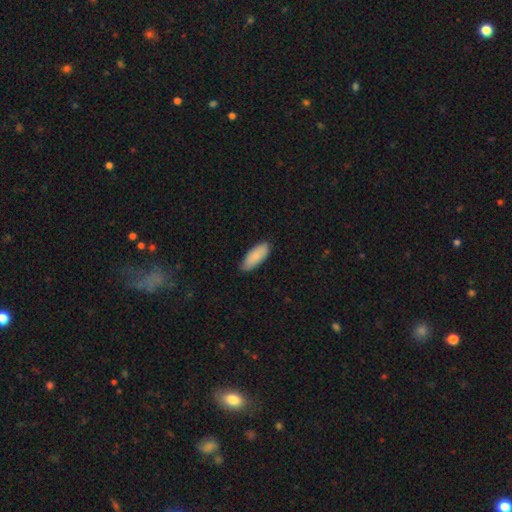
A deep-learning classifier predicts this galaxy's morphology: Smooth or featured? Predicted: smooth (p=0.88). How rounded? Predicted: in between (p=0.80). Merging? Predicted: none (p=0.83).